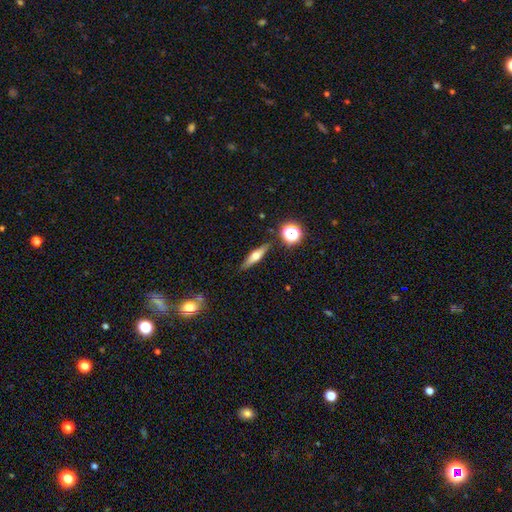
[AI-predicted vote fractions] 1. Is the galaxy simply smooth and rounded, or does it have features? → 46% featured or disk, 45% smooth, 9% star or artifact.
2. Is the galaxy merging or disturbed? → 86% none, 9% minor disturbance, 2% merger, 2% major disturbance.